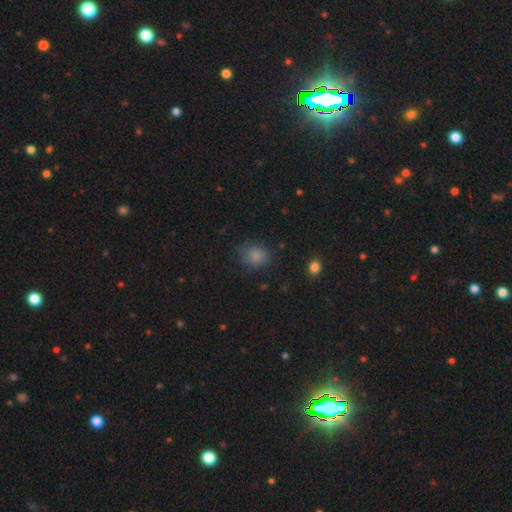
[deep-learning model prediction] smooth_or_featured: smooth (p=0.81) [alt: star or artifact p=0.11]
how_rounded: round (p=0.60) [alt: in between p=0.39]
merging: none (p=0.69) [alt: minor disturbance p=0.22]